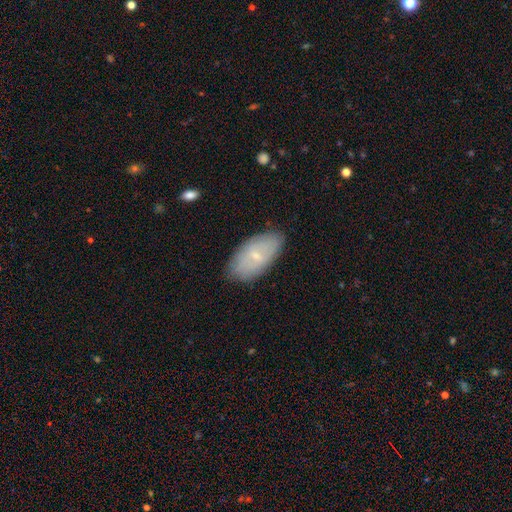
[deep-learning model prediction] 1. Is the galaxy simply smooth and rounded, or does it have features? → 60% smooth, 33% featured or disk, 7% star or artifact.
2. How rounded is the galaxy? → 93% in between, 4% cigar-shaped, 3% round.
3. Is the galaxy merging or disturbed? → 81% none, 14% minor disturbance, 3% major disturbance, 1% merger.